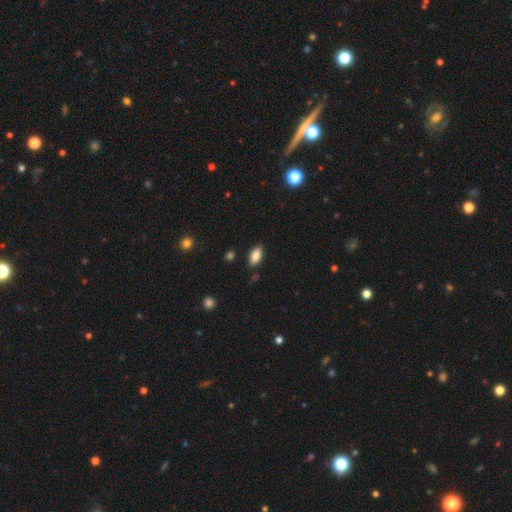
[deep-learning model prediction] A smooth galaxy with no disk features (84%) that is in between round and cigar-shaped (92%). Merging: none (84%).